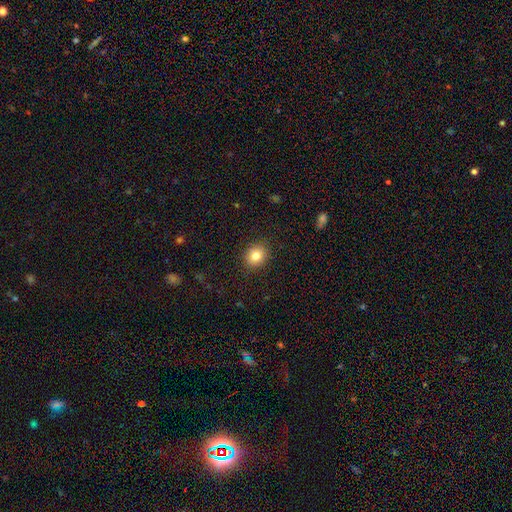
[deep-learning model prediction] This is clearly a smooth galaxy (82%). How rounded: likely round (64%). Merging: clearly none (88%).